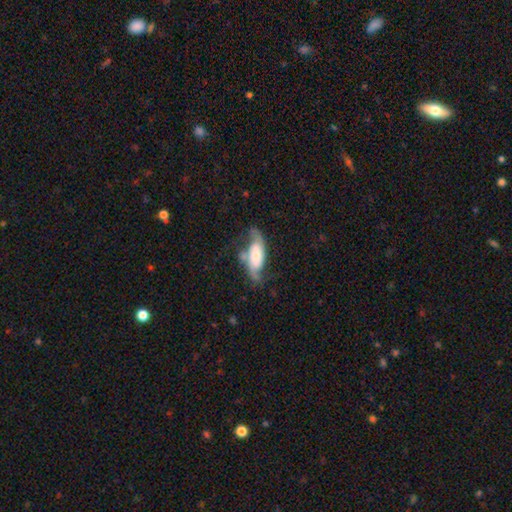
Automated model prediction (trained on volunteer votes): Morphology: type=featured or disk (66%); edge-on=no (88%); bar=no (52%); spiral arms=yes (91%); winding=loose (53%); arm count=2 (88%); bulge=large (29%); merging=none (51%).